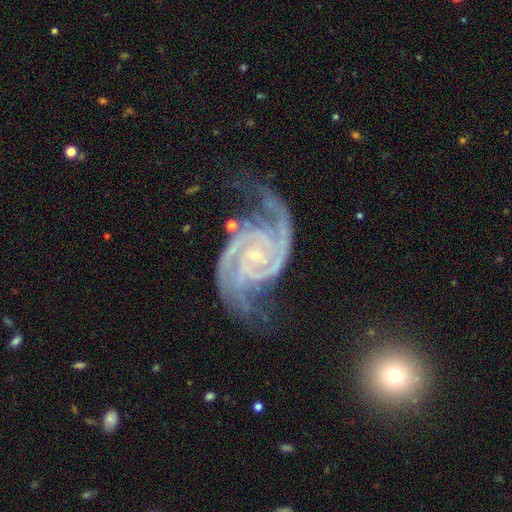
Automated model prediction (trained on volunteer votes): Smooth or featured?
  - featured or disk: 94% *
  - star or artifact: 4%
  - smooth: 2%
Edge-on disk?
  - no: 98% *
  - yes: 2%
Bar?
  - no: 65% *
  - weak: 24%
  - strong: 12%
Spiral arms?
  - yes: 99% *
  - no: 1%
Spiral winding?
  - tight: 51% *
  - medium: 42%
  - loose: 7%
Spiral arm count?
  - 2: 63% *
  - 3: 19%
  - can't tell: 5%
  - 4: 5%
  - more than 4: 4%
  - 1: 4%
Bulge size?
  - small: 83% *
  - moderate: 13%
  - none: 2%
  - large: 1%
  - dominant: 1%
Merging?
  - none: 61% *
  - minor disturbance: 22%
  - major disturbance: 14%
  - merger: 3%